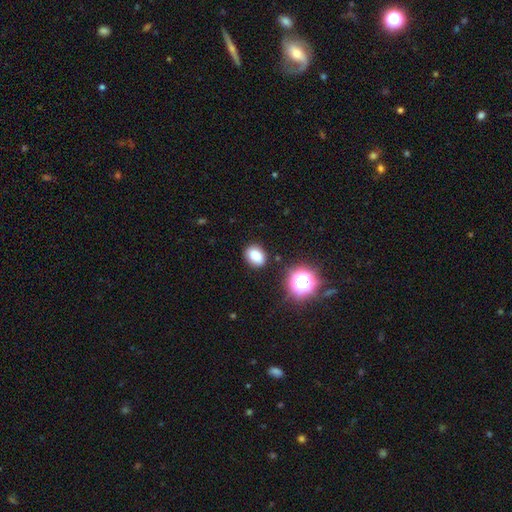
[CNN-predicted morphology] A smooth galaxy with no disk features (81%) that is in between round and cigar-shaped (68%). Merging: none (83%).